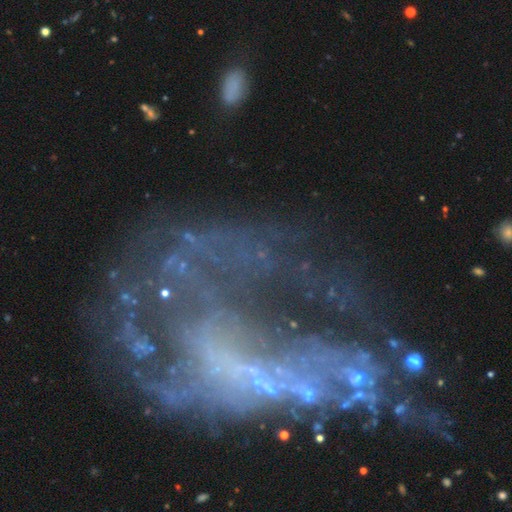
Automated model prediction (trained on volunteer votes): Smooth or featured? Predicted: featured or disk (p=0.70). Edge-on disk? Predicted: no (p=0.94). Bar? Predicted: no (p=0.59). Spiral arms? Predicted: no (p=0.55). Bulge size? Predicted: none (p=0.69). Merging? Predicted: major disturbance (p=0.45).